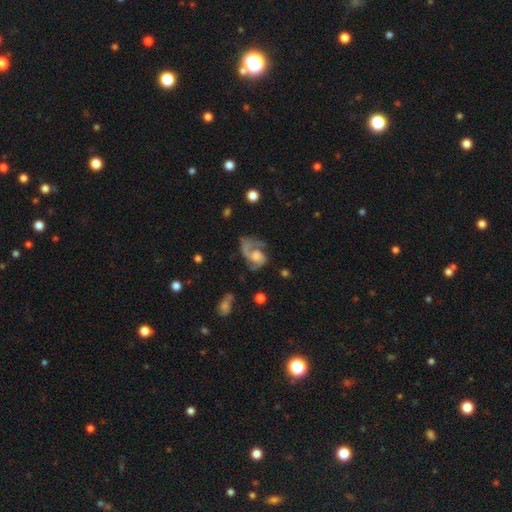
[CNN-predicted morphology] Smooth or featured? featured or disk (82%)
Edge-on disk? no (98%)
Bar? no (64%)
Spiral arms? yes (94%)
Spiral winding? medium (48%)
Spiral arm count? 2 (64%)
Bulge size? moderate (35%)
Merging? none (45%)